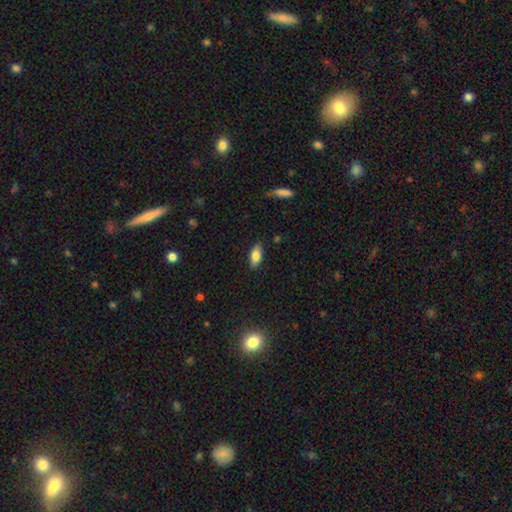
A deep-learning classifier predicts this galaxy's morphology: A smooth galaxy with no disk features (80%) that is in between round and cigar-shaped (86%). Merging: none (86%).